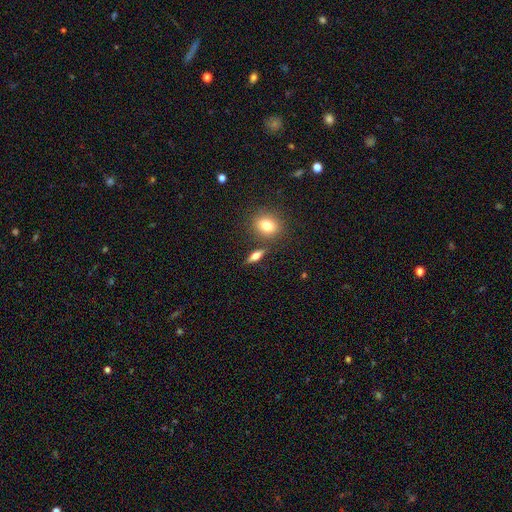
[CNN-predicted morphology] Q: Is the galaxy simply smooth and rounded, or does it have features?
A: smooth — 52%.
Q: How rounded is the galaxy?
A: in between — 45%.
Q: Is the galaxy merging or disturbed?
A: none — 81%.